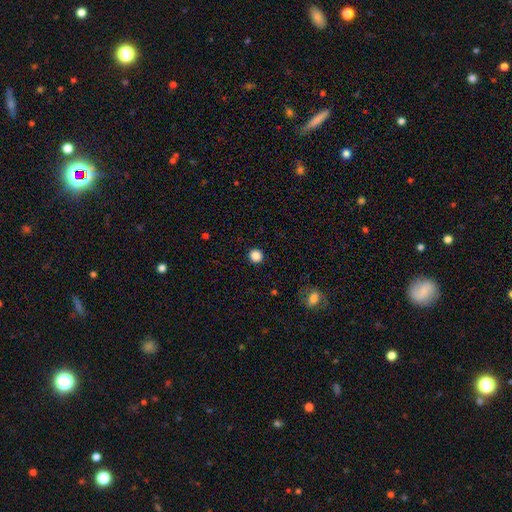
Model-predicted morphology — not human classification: A smooth galaxy with no disk features (86%) that is round (92%).

Vote fractions:
- Smooth or featured? smooth: 86% / star or artifact: 11% / featured or disk: 3%
- How rounded? round: 92% / in between: 7% / cigar-shaped: 1%
- Merging? none: 92% / minor disturbance: 5% / major disturbance: 2% / merger: 1%